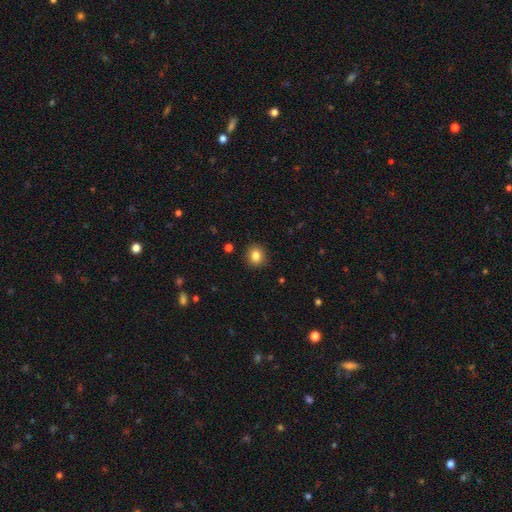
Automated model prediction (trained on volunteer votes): Q: Smooth or featured?
A: smooth (84%); runner-up: star or artifact (10%)
Q: How rounded?
A: round (78%); runner-up: in between (21%)
Q: Merging?
A: none (90%); runner-up: minor disturbance (7%)